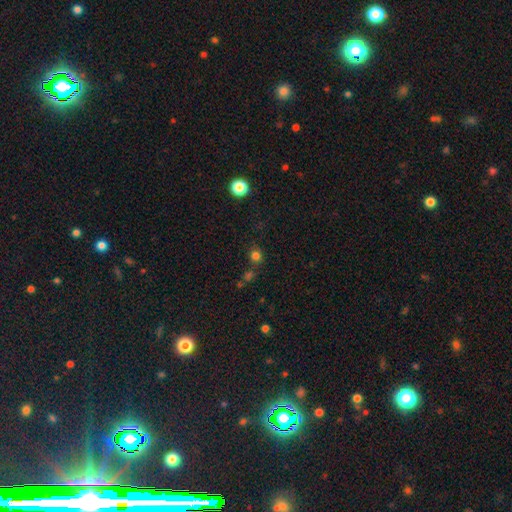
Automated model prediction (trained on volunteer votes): Q: Smooth or featured?
A: smooth (74%); runner-up: star or artifact (20%)
Q: How rounded?
A: round (84%); runner-up: in between (15%)
Q: Merging?
A: none (76%); runner-up: minor disturbance (10%)